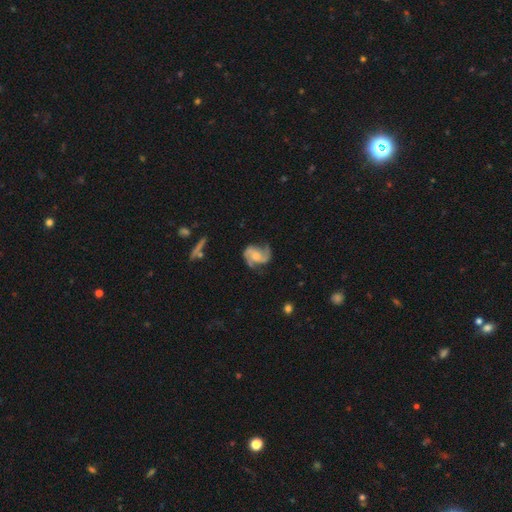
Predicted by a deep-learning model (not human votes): Smooth or featured? Predicted: featured or disk (p=0.81). Edge-on disk? Predicted: no (p=0.97). Bar? Predicted: no (p=0.54). Spiral arms? Predicted: yes (p=0.95). Spiral winding? Predicted: medium (p=0.46). Spiral arm count? Predicted: 2 (p=0.80). Bulge size? Predicted: moderate (p=0.46). Merging? Predicted: none (p=0.66).